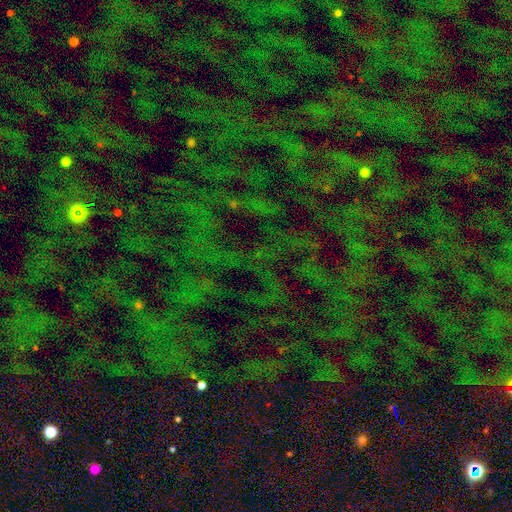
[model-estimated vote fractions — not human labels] star or artifact 75%, smooth 16%, featured or disk 9%.